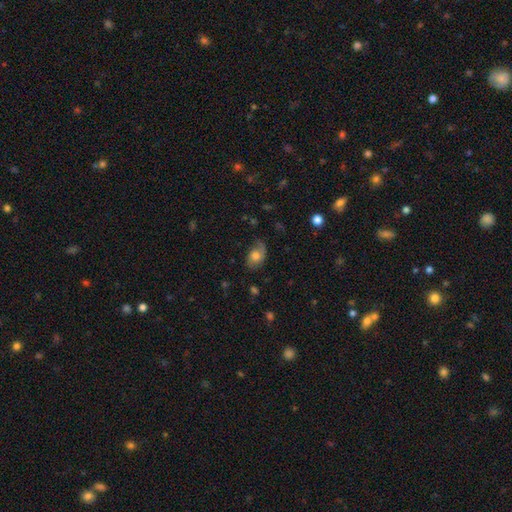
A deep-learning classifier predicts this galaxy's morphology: The model was most divided on "merging": none: 58%, minor disturbance: 28%, major disturbance: 12%, merger: 2%. More confident: how rounded — in between (79%); smooth or featured — smooth (61%).